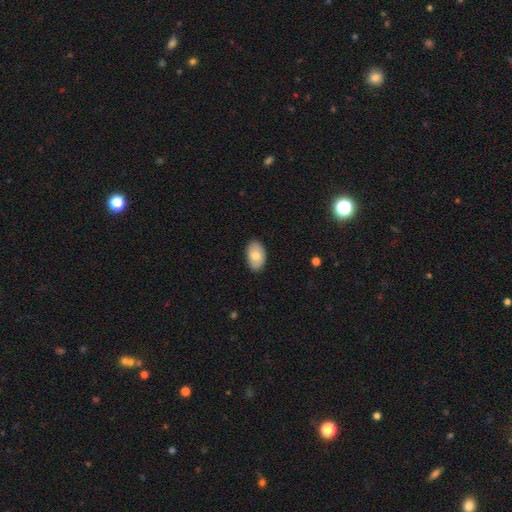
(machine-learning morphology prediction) smooth_or_featured: smooth (p=0.75) [alt: featured or disk p=0.19]
how_rounded: in between (p=0.92) [alt: round p=0.07]
merging: none (p=0.85) [alt: minor disturbance p=0.12]